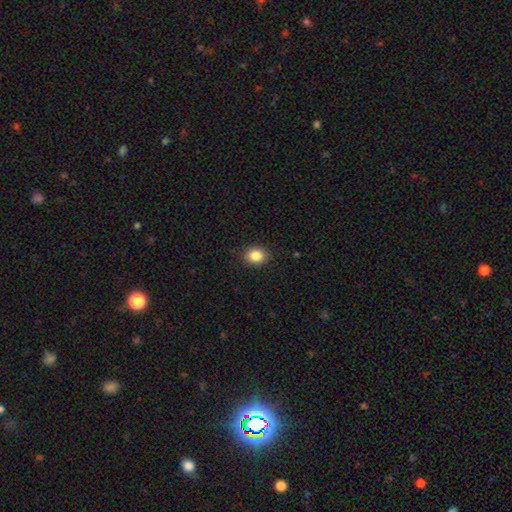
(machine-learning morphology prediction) Overall: smooth (86%). How rounded: round (59%; in between 40%). Merging: none (88%).